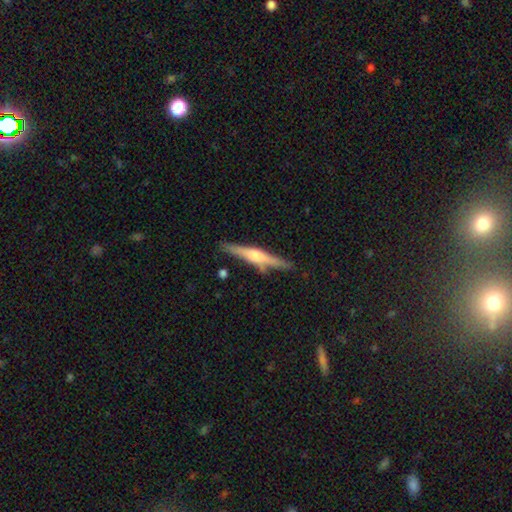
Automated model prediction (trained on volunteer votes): Overall: featured or disk (70%). Edge-on disk: yes (98%). Edge-on bulge: rounded (85%). Merging: none (85%).